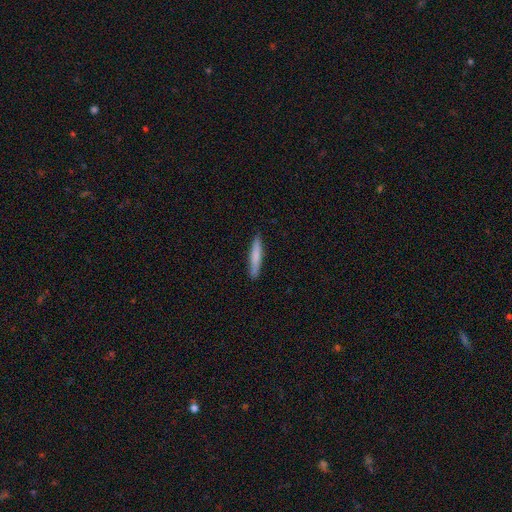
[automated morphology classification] This is likely a smooth galaxy (74%). How rounded: clearly cigar-shaped (94%). Merging: clearly none (90%).